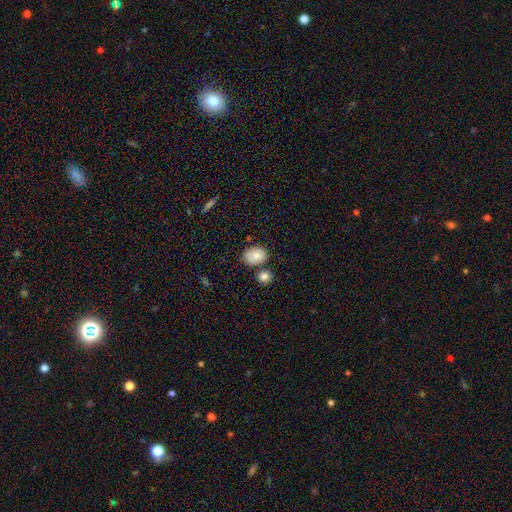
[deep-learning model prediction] This is clearly a smooth galaxy (81%). How rounded: possibly in between (59%). Merging: likely none (68%).